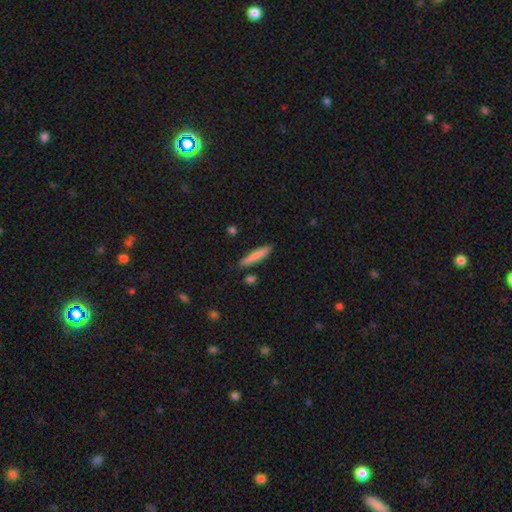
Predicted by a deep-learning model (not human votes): A smooth galaxy with no disk features (77%) that is cigar-shaped (91%). Merging: none (86%).